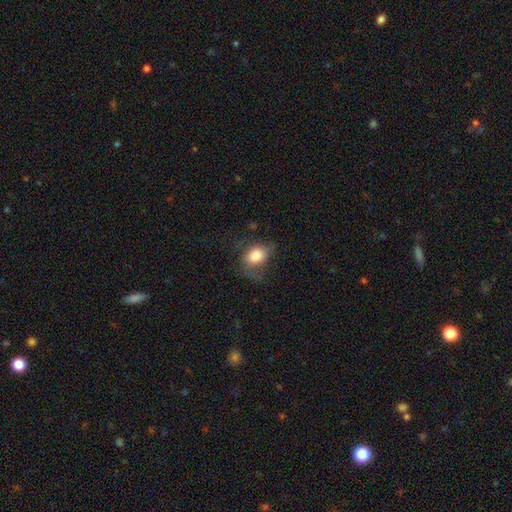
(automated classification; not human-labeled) The model was most divided on "merging": none: 42%, minor disturbance: 31%, major disturbance: 25%, merger: 2%. More confident: smooth or featured — smooth (76%); how rounded — in between (65%).